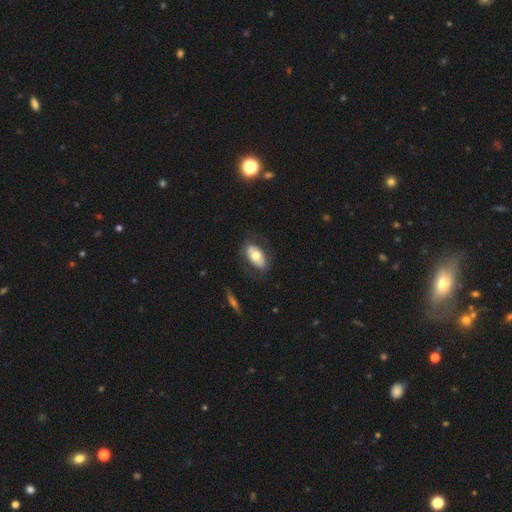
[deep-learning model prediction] Q: Smooth or featured?
A: smooth (59%); runner-up: featured or disk (35%)
Q: How rounded?
A: in between (92%); runner-up: round (5%)
Q: Merging?
A: none (75%); runner-up: minor disturbance (15%)